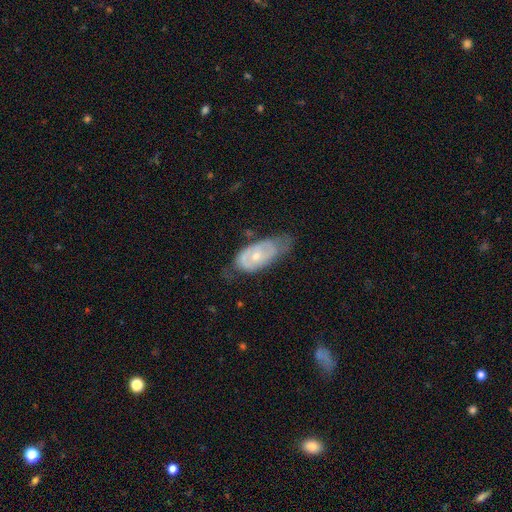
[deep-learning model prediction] A featured or disk galaxy (60%) with no bar (79%), spiral arms (56%) and a small central bulge (53%). Merging: none (42%).